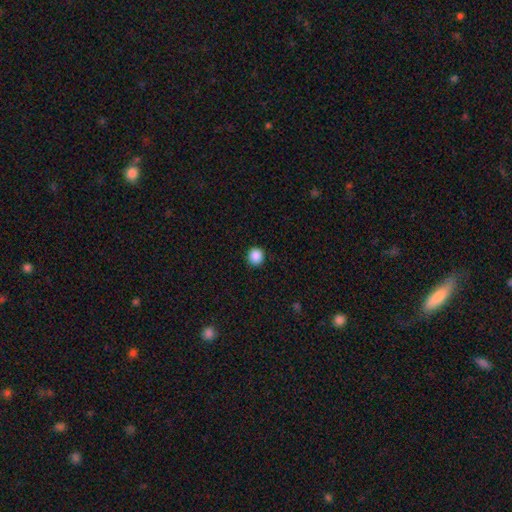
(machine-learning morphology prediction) Smooth or featured? smooth (88%)
How rounded? round (92%)
Merging? none (92%)